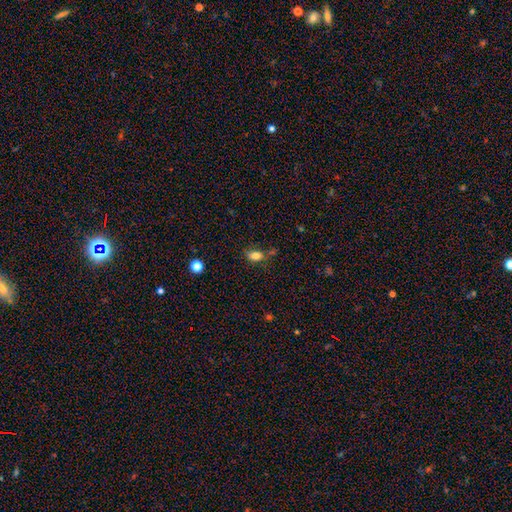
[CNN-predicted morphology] Smooth or featured: smooth — 80% (star or artifact — 11%)
How rounded: in between — 81% (round — 14%)
Merging: none — 59% (minor disturbance — 24%)